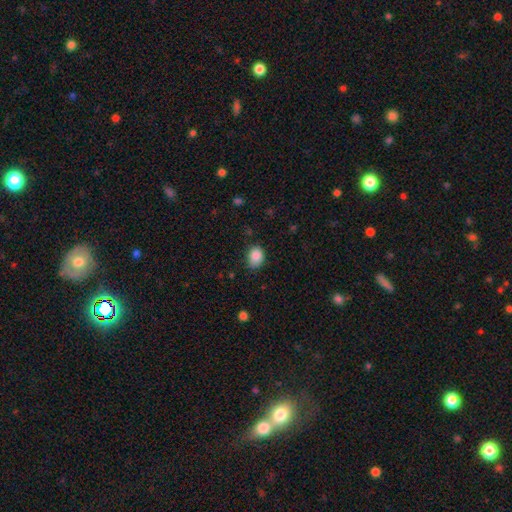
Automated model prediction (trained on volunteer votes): Smooth or featured: smooth — 86% (star or artifact — 9%)
How rounded: in between — 63% (round — 36%)
Merging: none — 69% (minor disturbance — 25%)